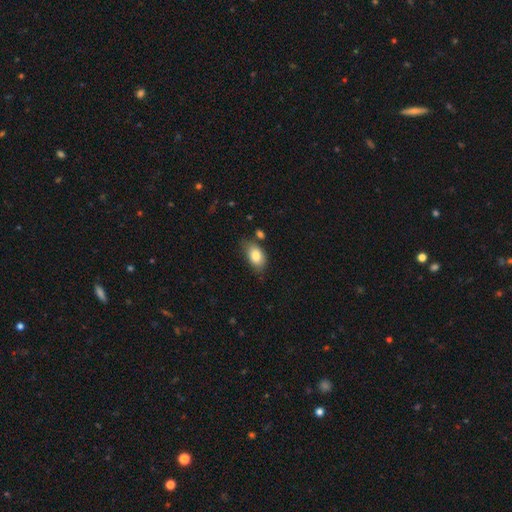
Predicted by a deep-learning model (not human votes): A smooth galaxy with no disk features (82%) that is in between round and cigar-shaped (89%).

Vote fractions:
- Smooth or featured? smooth: 82% / featured or disk: 10% / star or artifact: 7%
- How rounded? in between: 89% / round: 9% / cigar-shaped: 2%
- Merging? none: 64% / minor disturbance: 23% / merger: 7% / major disturbance: 5%